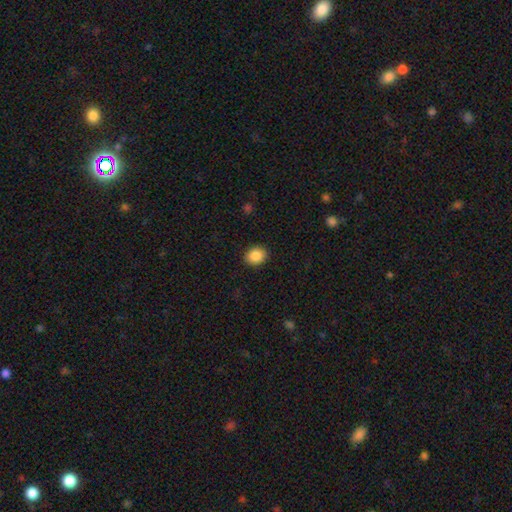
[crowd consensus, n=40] smooth_or_featured: smooth (p=0.90) [alt: featured or disk p=0.05]
how_rounded: round (p=0.64) [alt: in between p=0.36]
merging: none (p=0.97) [alt: major disturbance p=0.03]